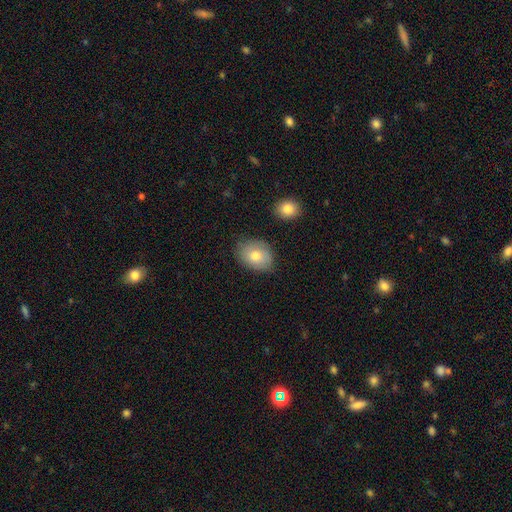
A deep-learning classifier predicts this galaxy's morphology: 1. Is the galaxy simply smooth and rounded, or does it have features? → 75% smooth, 17% featured or disk, 8% star or artifact.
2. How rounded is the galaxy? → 64% in between, 35% round, 1% cigar-shaped.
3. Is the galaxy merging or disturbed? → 77% none, 18% minor disturbance, 3% major disturbance, 2% merger.